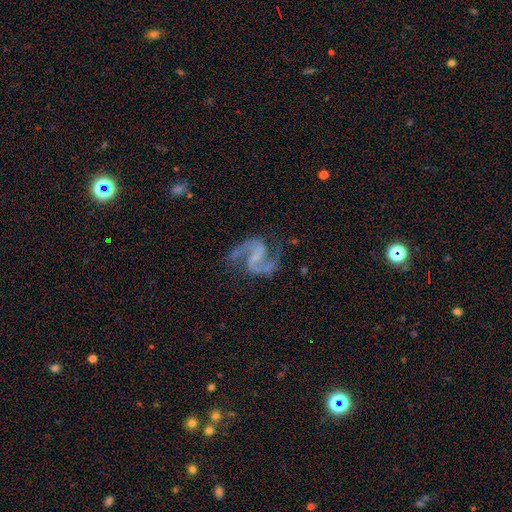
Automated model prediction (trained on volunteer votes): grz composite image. It shows a featured or disk galaxy (92%) with a weak bar (48%), 2 (94%) medium (59%) spiral arms (98%) and no central bulge (49%). Merging: none (74%).